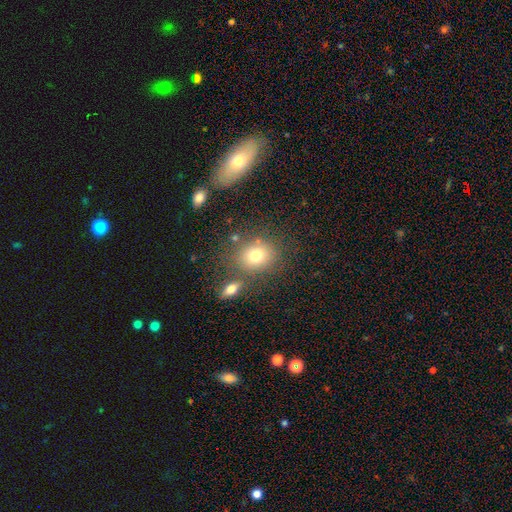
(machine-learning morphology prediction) The model was most divided on "how rounded": round: 62%, in between: 36%, cigar-shaped: 1%. More confident: smooth or featured — smooth (77%); merging — none (70%).